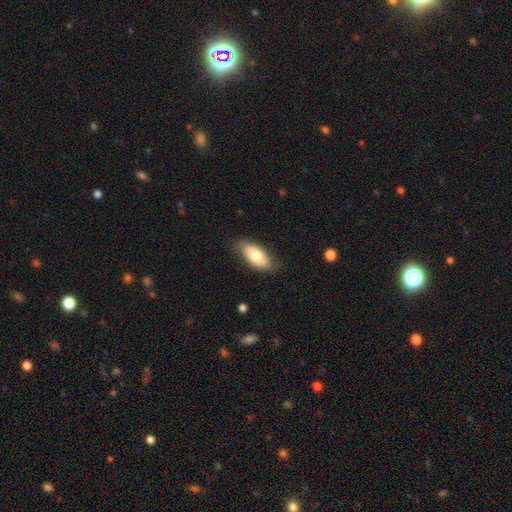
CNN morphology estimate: The model was most divided on "smooth or featured": smooth: 71%, featured or disk: 23%, star or artifact: 6%. More confident: how rounded — in between (93%); merging — none (77%).